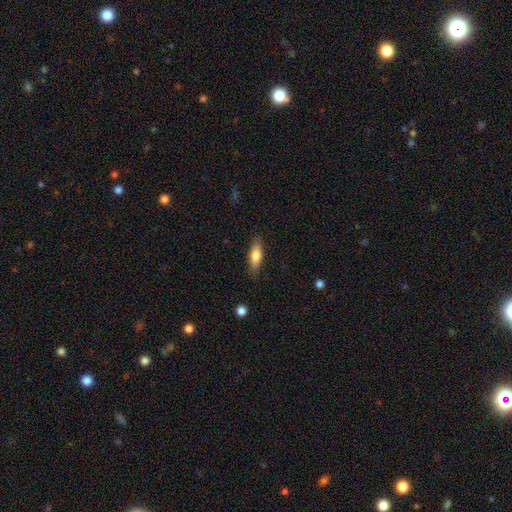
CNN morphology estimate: smooth-or-featured: smooth: 76% | featured or disk: 18% | star or artifact: 6%
  how-rounded: in between: 59% | cigar-shaped: 39% | round: 2%
  merging: none: 86% | minor disturbance: 11% | major disturbance: 2% | merger: 1%